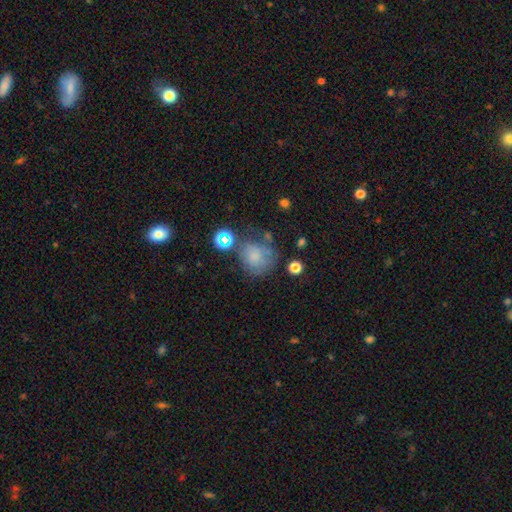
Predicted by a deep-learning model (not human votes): This is likely a smooth galaxy (67%). How rounded: likely round (75%). Merging: possibly none (47%).